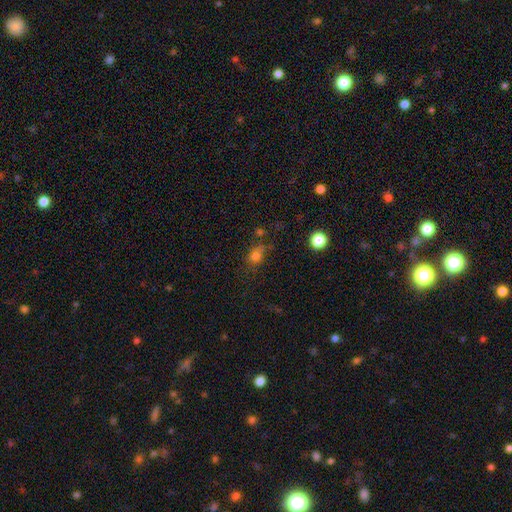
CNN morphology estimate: This is likely a smooth galaxy (75%). How rounded: likely round (61%). Merging: likely none (61%).